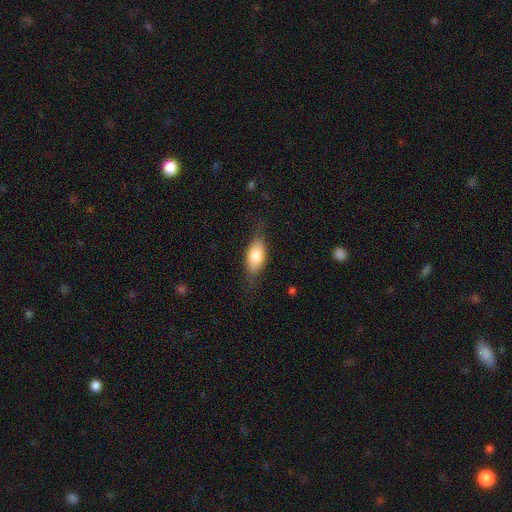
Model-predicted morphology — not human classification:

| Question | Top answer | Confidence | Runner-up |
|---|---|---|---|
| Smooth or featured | smooth | 74% | featured or disk (20%) |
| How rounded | in between | 86% | cigar-shaped (9%) |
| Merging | none | 72% | minor disturbance (20%) |